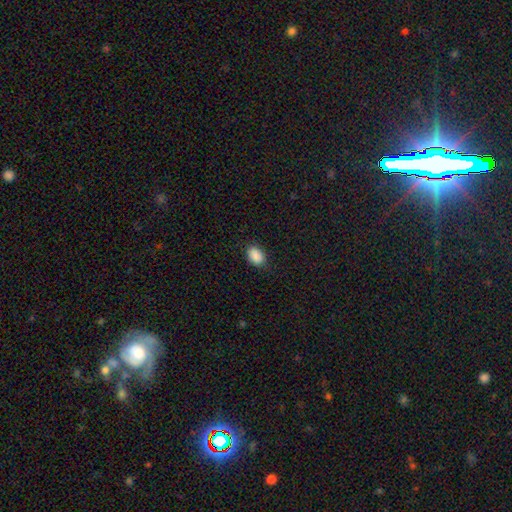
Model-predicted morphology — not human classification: type=smooth (89%); roundness=in between (85%); merging=none (84%).